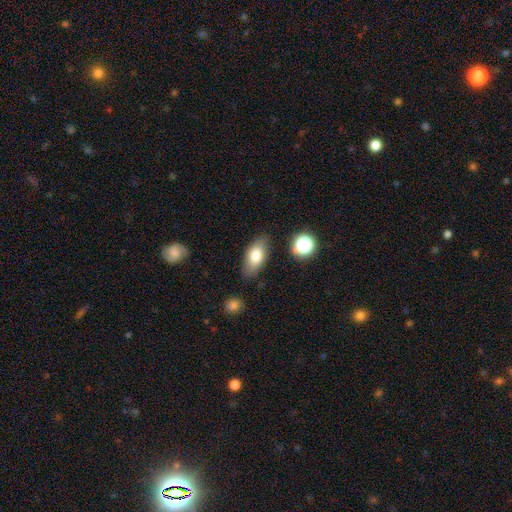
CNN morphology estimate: smooth-or-featured: smooth: 76% | featured or disk: 16% | star or artifact: 8%
  how-rounded: in between: 86% | cigar-shaped: 9% | round: 5%
  merging: none: 82% | minor disturbance: 13% | major disturbance: 3% | merger: 2%